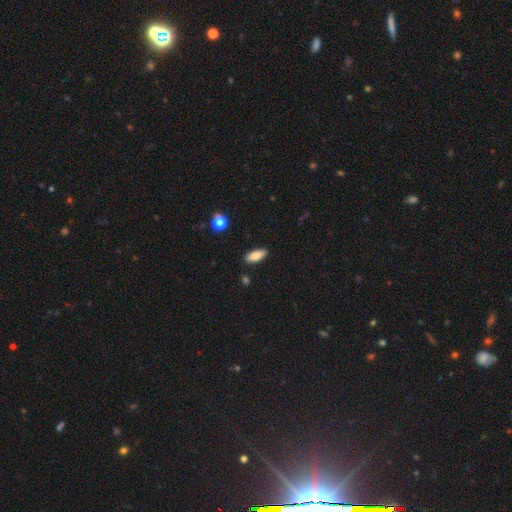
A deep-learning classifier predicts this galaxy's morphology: type=smooth (81%); roundness=in between (78%); merging=none (87%).